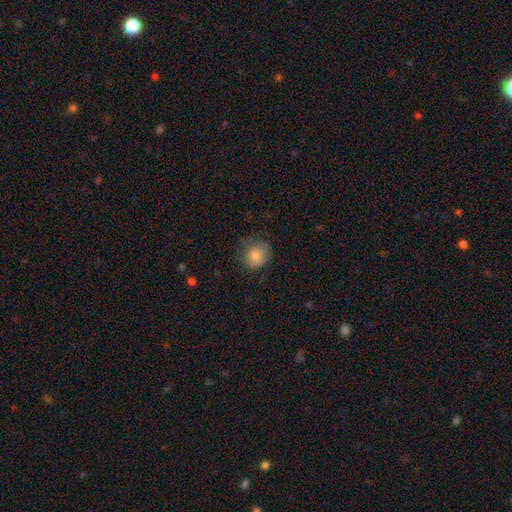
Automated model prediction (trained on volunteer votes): smooth_or_featured: smooth (p=0.83) [alt: featured or disk p=0.08]
how_rounded: round (p=0.74) [alt: in between p=0.25]
merging: none (p=0.59) [alt: minor disturbance p=0.29]